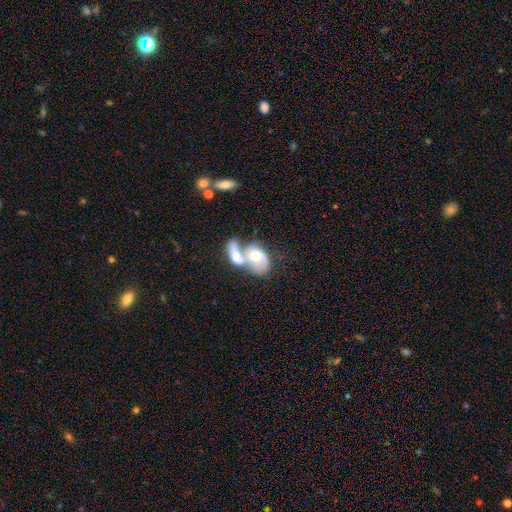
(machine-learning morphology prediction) A featured or disk galaxy (56%) with no bar (70%), spiral arms (65%) and a moderate central bulge (68%).

Vote fractions:
- Smooth or featured? featured or disk: 56% / smooth: 37% / star or artifact: 7%
- Edge-on disk? no: 94% / yes: 6%
- Bar? no: 70% / weak: 24% / strong: 6%
- Spiral arms? yes: 65% / no: 35%
- Bulge size? moderate: 68% / small: 17% / large: 11% / none: 3% / dominant: 2%
- Merging? merger: 76% / none: 10% / major disturbance: 8% / minor disturbance: 6%